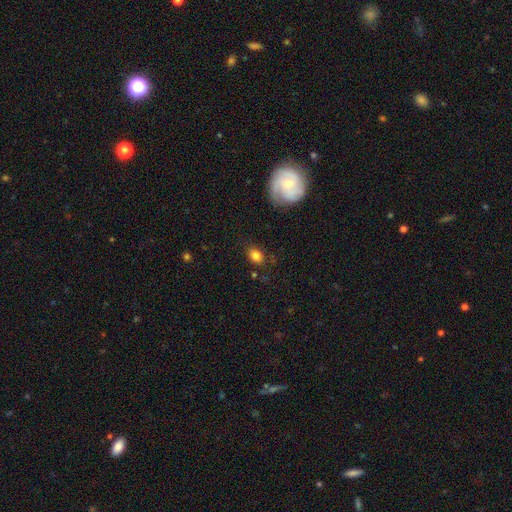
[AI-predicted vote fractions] smooth-or-featured: smooth: 81% | star or artifact: 11% | featured or disk: 8%
  how-rounded: in between: 64% | round: 34% | cigar-shaped: 1%
  merging: none: 78% | minor disturbance: 15% | major disturbance: 4% | merger: 3%